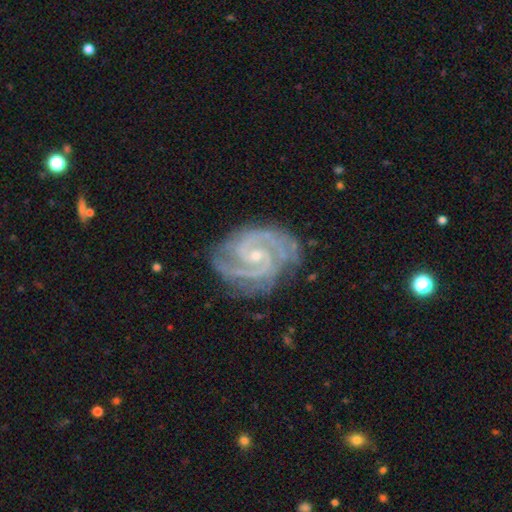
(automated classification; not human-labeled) featured or disk 93%, star or artifact 5%, smooth 3%. Down the decision tree: edge-on disk — no (98%); bar — no (47%); spiral arms — yes (99%); spiral arm count — 2 (72%); spiral winding — tight (55%); bulge size — small (72%); merging — none (75%).